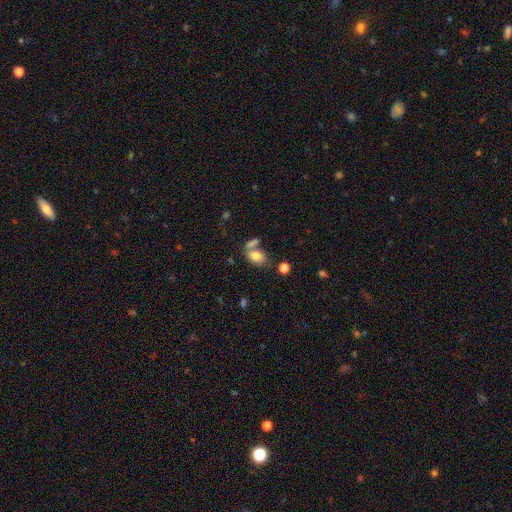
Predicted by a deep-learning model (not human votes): This is likely a smooth galaxy (78%). How rounded: clearly in between (84%). Merging: marginally none (45%).